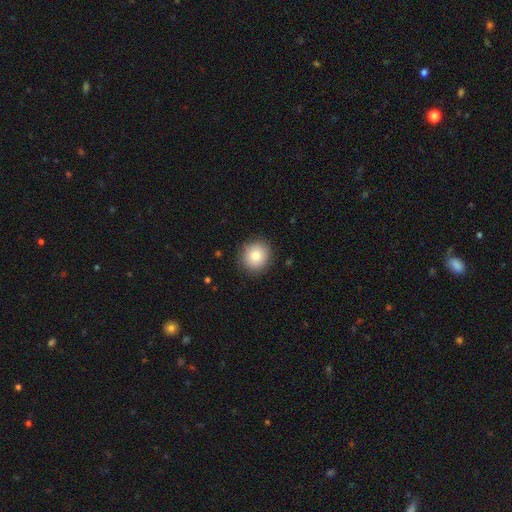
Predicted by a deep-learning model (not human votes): smooth 82%, star or artifact 9%, featured or disk 9%. Down the decision tree: how rounded — round (86%); merging — none (88%).